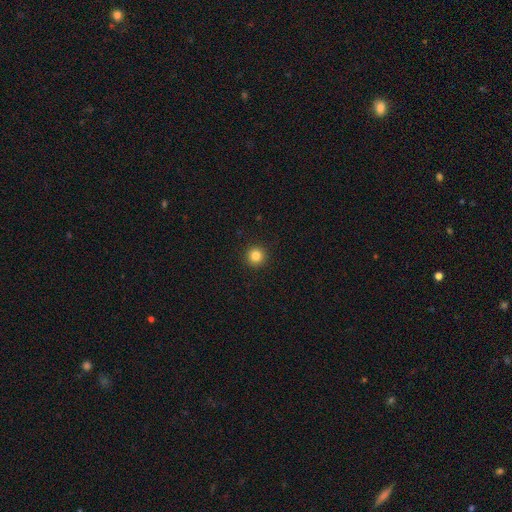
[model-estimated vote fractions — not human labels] A smooth galaxy with no disk features (84%) that is round (96%). Merging: none (93%).